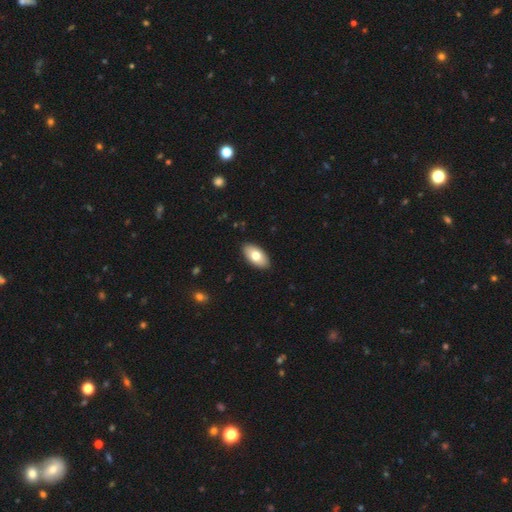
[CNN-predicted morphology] Smooth or featured? smooth (75%)
How rounded? in between (95%)
Merging? none (90%)